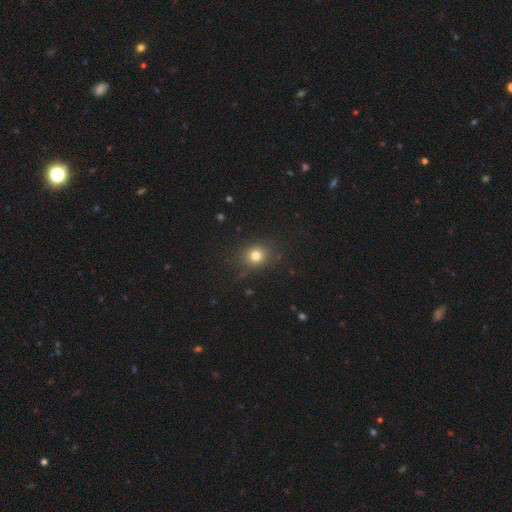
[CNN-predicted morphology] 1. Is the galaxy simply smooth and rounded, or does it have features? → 77% smooth, 15% star or artifact, 8% featured or disk.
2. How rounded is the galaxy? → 74% round, 25% in between, 1% cigar-shaped.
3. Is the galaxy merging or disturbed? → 82% none, 12% minor disturbance, 5% major disturbance, 2% merger.